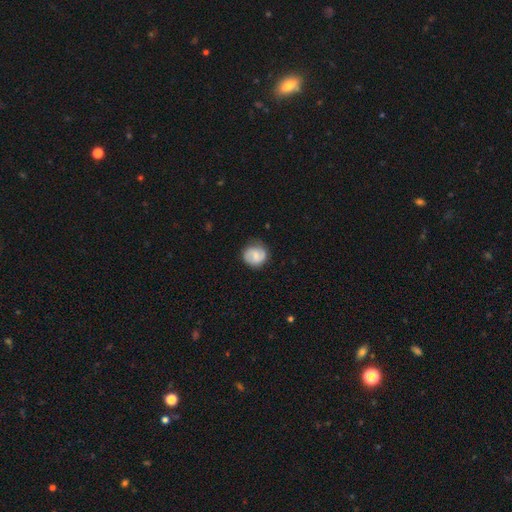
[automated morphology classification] smooth_or_featured: featured or disk (p=0.47) [alt: smooth p=0.46]
merging: none (p=0.77) [alt: minor disturbance p=0.17]